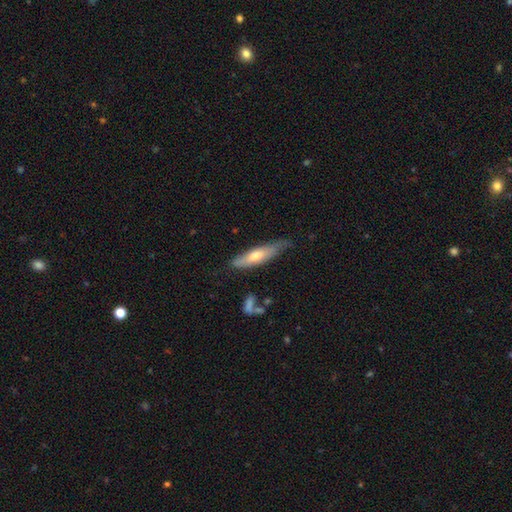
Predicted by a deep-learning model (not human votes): Q: Smooth or featured?
A: smooth (56%); runner-up: featured or disk (38%)
Q: How rounded?
A: cigar-shaped (75%); runner-up: in between (23%)
Q: Merging?
A: none (60%); runner-up: minor disturbance (31%)